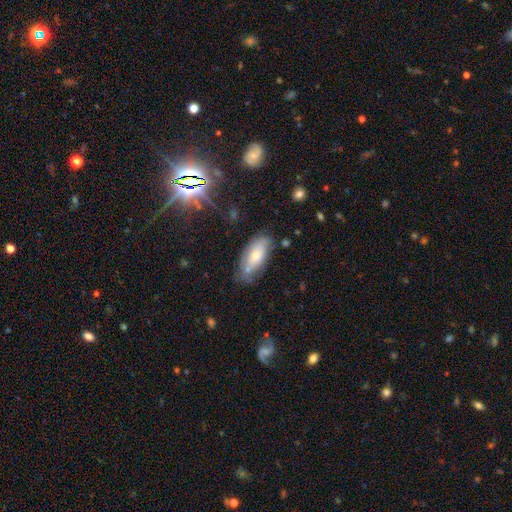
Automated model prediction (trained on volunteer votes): Q: Smooth or featured?
A: smooth (64%); runner-up: featured or disk (27%)
Q: How rounded?
A: in between (83%); runner-up: cigar-shaped (14%)
Q: Merging?
A: none (63%); runner-up: minor disturbance (24%)